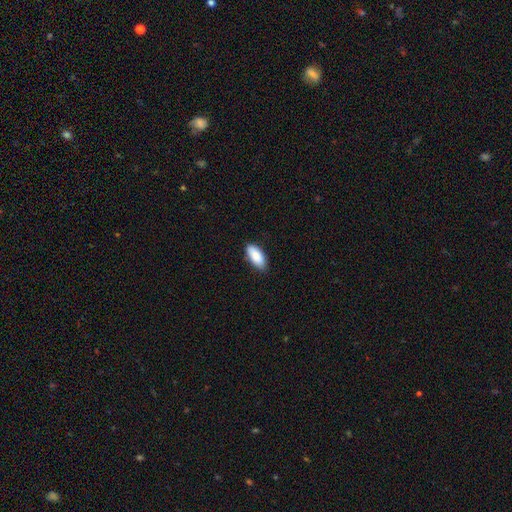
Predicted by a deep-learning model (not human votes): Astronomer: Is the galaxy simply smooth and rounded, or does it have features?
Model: smooth — 88%.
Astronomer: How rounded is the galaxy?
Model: in between — 89%.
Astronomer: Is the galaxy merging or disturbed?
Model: none — 84%.